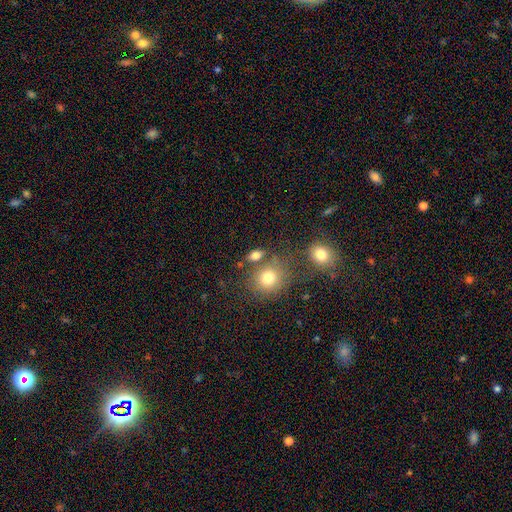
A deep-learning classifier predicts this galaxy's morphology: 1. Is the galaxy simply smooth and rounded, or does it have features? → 77% smooth, 13% star or artifact, 10% featured or disk.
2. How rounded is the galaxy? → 66% in between, 30% round, 4% cigar-shaped.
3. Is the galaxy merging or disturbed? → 66% none, 16% merger, 12% minor disturbance, 5% major disturbance.